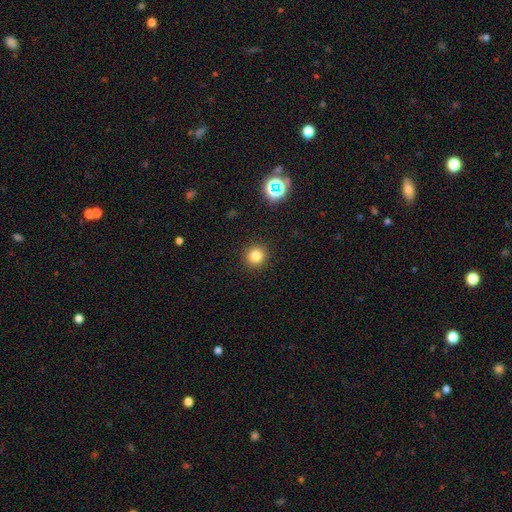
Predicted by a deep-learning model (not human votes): A smooth galaxy with no disk features (80%) that is round (92%). Merging: none (91%).